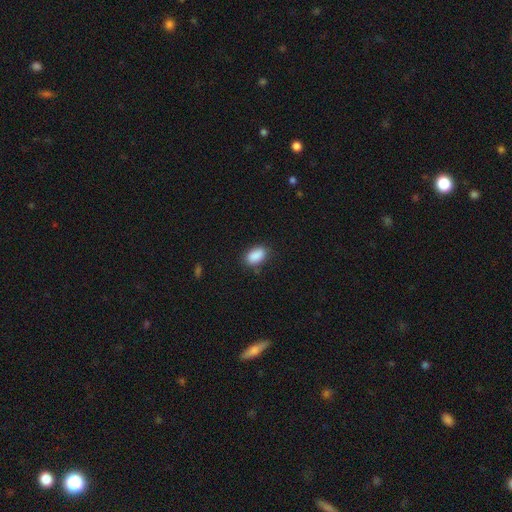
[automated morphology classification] The model was most divided on "merging": none: 81%, minor disturbance: 15%, major disturbance: 3%, merger: 1%. More confident: how rounded — in between (91%); smooth or featured — smooth (89%).